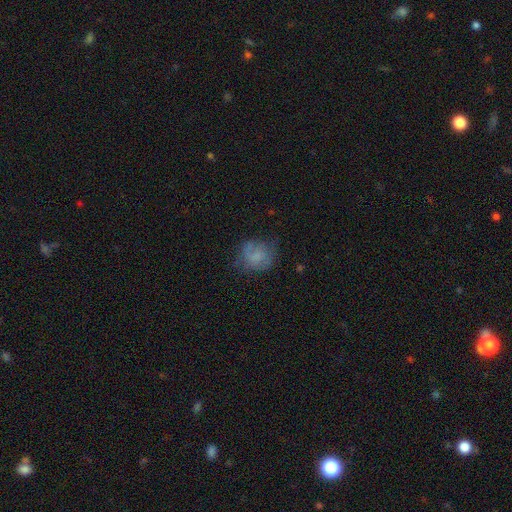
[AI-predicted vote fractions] A smooth galaxy with no disk features (64%) that is round (69%).

Vote fractions:
- Smooth or featured? smooth: 64% / featured or disk: 25% / star or artifact: 11%
- How rounded? round: 69% / in between: 30% / cigar-shaped: 1%
- Merging? none: 57% / minor disturbance: 26% / major disturbance: 15% / merger: 2%